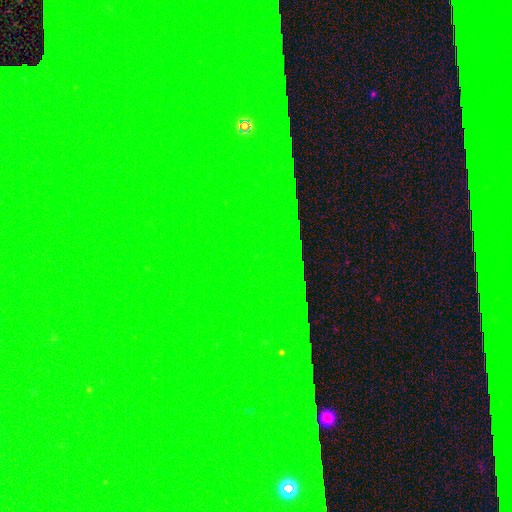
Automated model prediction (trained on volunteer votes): This is clearly a star or artifact rather than a galaxy (87%).